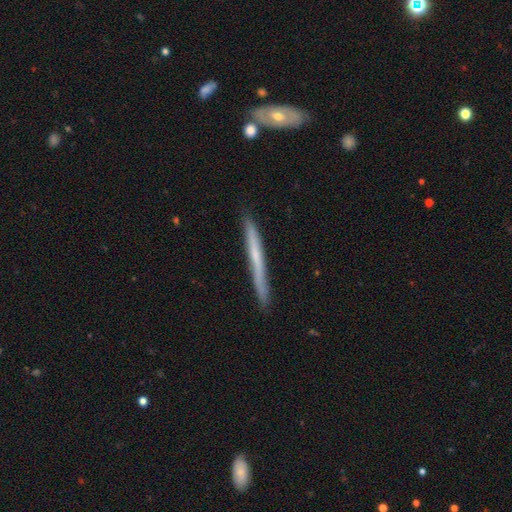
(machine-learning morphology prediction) A featured or disk galaxy (50%) viewed edge-on (96%).

Vote fractions:
- Smooth or featured? featured or disk: 50% / smooth: 44% / star or artifact: 6%
- Edge-on disk? yes: 96% / no: 4%
- Merging? none: 87% / minor disturbance: 10% / merger: 2% / major disturbance: 2%